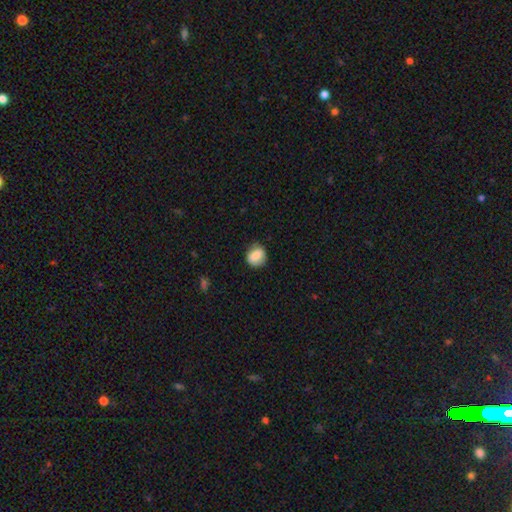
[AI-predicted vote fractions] Overall: smooth (84%). How rounded: round (71%). Merging: none (75%).